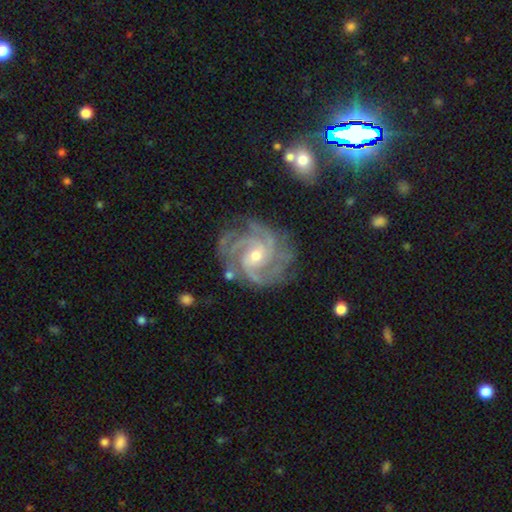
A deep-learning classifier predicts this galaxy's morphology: featured or disk 92%, star or artifact 5%, smooth 3%. Down the decision tree: edge-on disk — no (98%); bar — no (52%); spiral arms — yes (99%); spiral arm count — 4 (33%, tied with 3); spiral winding — tight (63%); bulge size — small (51%); merging — none (75%).